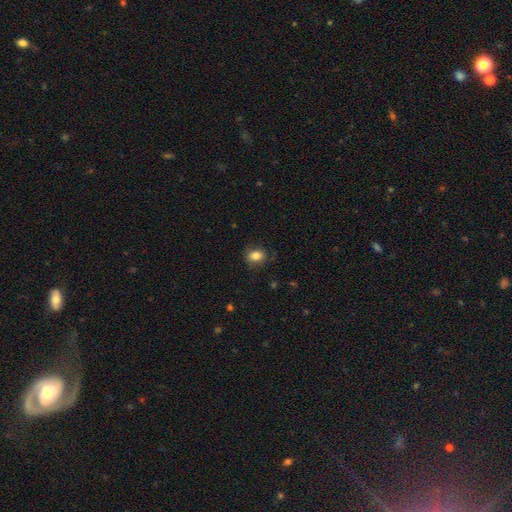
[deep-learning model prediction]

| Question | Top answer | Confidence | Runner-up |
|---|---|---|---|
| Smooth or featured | smooth | 84% | star or artifact (10%) |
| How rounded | in between | 55% | round (44%) |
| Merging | none | 79% | minor disturbance (16%) |